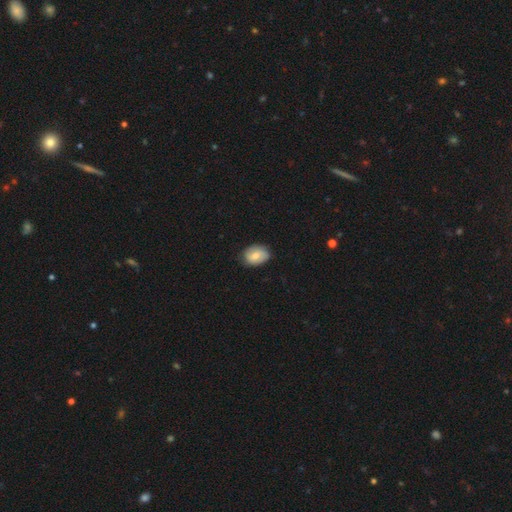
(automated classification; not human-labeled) Smooth or featured? Predicted: smooth (p=0.66). How rounded? Predicted: in between (p=0.72). Merging? Predicted: none (p=0.79).